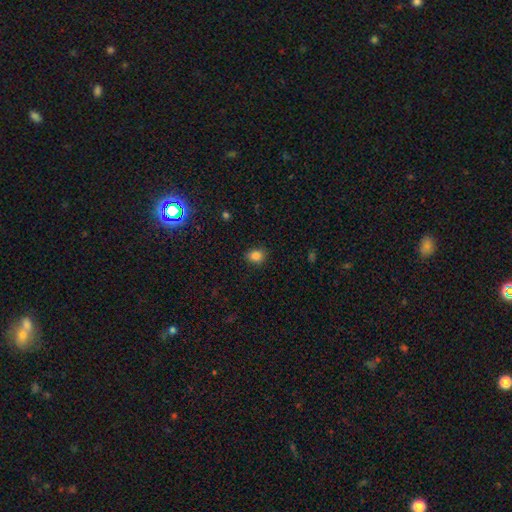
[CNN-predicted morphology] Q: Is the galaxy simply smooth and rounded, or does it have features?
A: smooth — 85%.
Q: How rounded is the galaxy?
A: round — 58%.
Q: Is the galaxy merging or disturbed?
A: none — 83%.